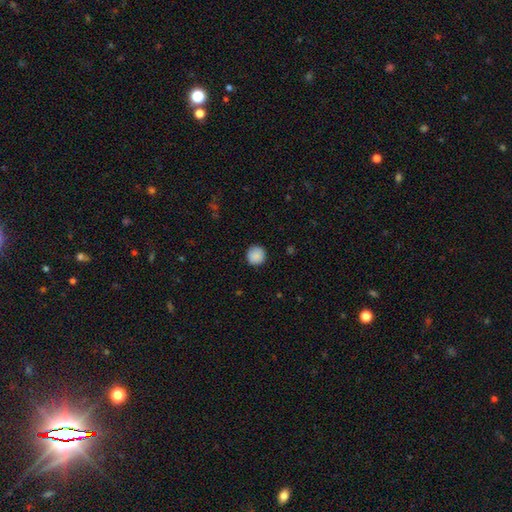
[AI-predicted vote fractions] Smooth or featured?
  - smooth: 89% *
  - star or artifact: 8%
  - featured or disk: 3%
How rounded?
  - round: 94% *
  - in between: 5%
  - cigar-shaped: 1%
Merging?
  - none: 90% *
  - minor disturbance: 7%
  - major disturbance: 2%
  - merger: 1%